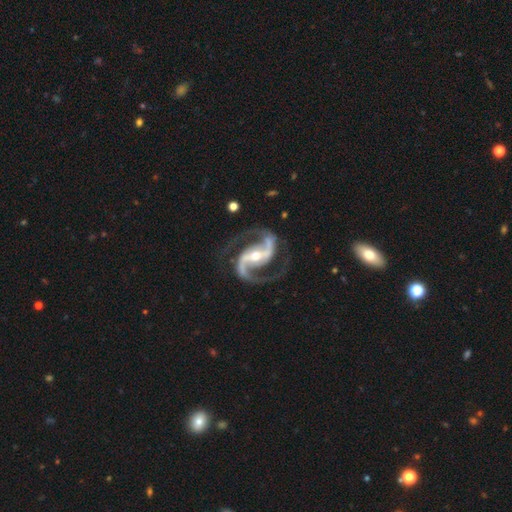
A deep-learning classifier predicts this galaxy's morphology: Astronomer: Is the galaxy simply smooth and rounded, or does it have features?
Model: featured or disk — 94%.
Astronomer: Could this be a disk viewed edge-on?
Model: no — 98%.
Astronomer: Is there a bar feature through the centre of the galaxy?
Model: strong — 59%.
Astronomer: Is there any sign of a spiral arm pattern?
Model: yes — 99%.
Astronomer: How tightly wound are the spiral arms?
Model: medium — 64%.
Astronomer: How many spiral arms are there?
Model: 2 — 95%.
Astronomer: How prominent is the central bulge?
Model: moderate — 61%.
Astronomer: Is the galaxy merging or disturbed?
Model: none — 80%.